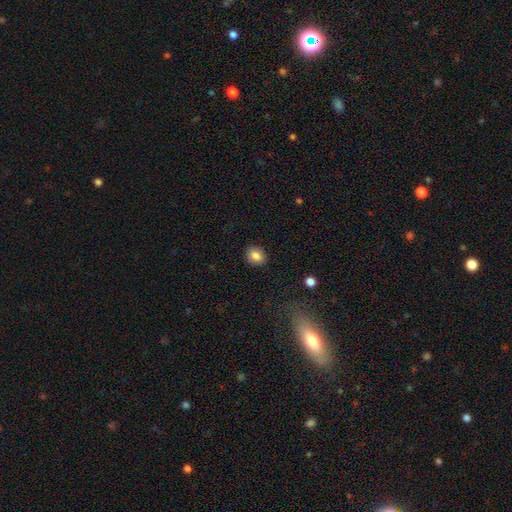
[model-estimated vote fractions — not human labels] This is clearly a smooth galaxy (85%). How rounded: possibly round (56%). Merging: clearly none (88%).